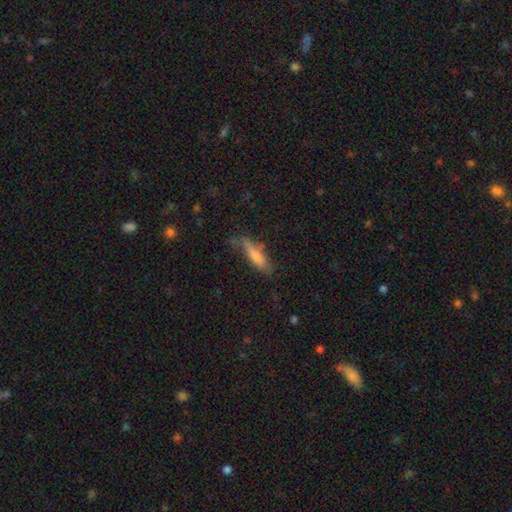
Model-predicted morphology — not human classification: This is likely a smooth galaxy (69%). How rounded: likely cigar-shaped (71%). Merging: possibly none (59%).